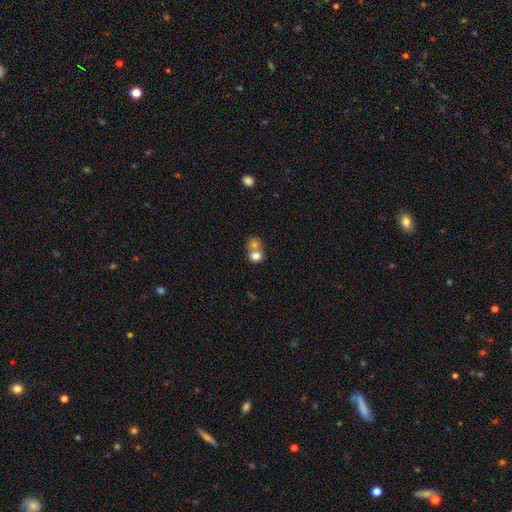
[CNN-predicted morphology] smooth_or_featured: smooth (p=0.75) [alt: featured or disk p=0.15]
how_rounded: round (p=0.64) [alt: in between p=0.35]
merging: merger (p=0.64) [alt: none p=0.27]